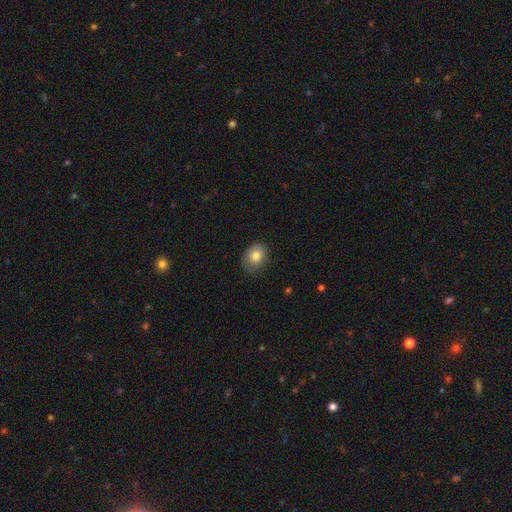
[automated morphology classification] This appears to be a smooth galaxy with no disk features (80%) that is in between round and cigar-shaped (63%). Merging: none (69%).